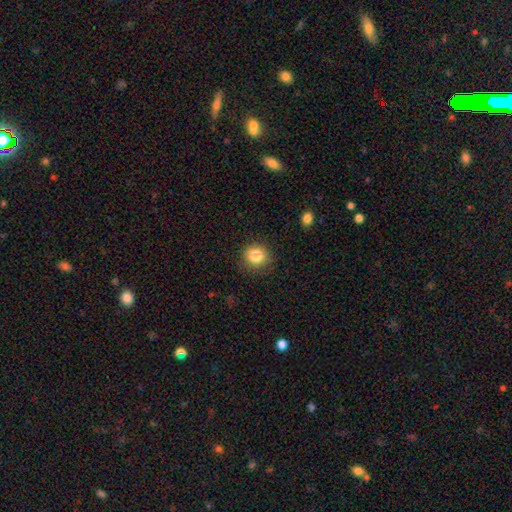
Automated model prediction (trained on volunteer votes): smooth_or_featured: smooth (p=0.85) [alt: star or artifact p=0.10]
how_rounded: round (p=0.88) [alt: in between p=0.11]
merging: none (p=0.83) [alt: minor disturbance p=0.12]